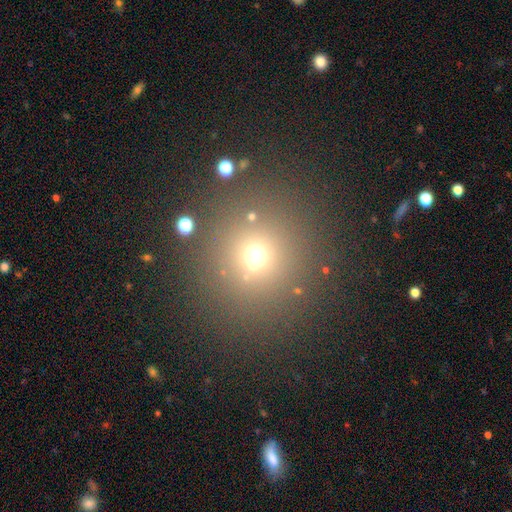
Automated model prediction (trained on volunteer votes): Overall: smooth (61%; star or artifact 28%). How rounded: round (91%). Merging: none (79%).